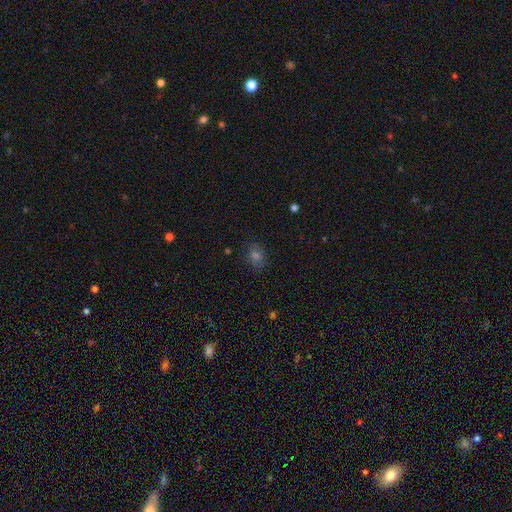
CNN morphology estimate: Overall: smooth (62%; star or artifact 27%). How rounded: round (53%; in between 46%). Merging: none (83%).